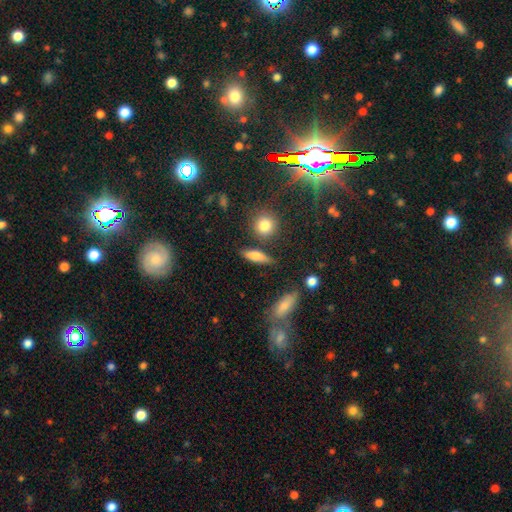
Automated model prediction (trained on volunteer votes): This is likely a smooth galaxy (71%). How rounded: possibly cigar-shaped (49%). Merging: likely none (77%).